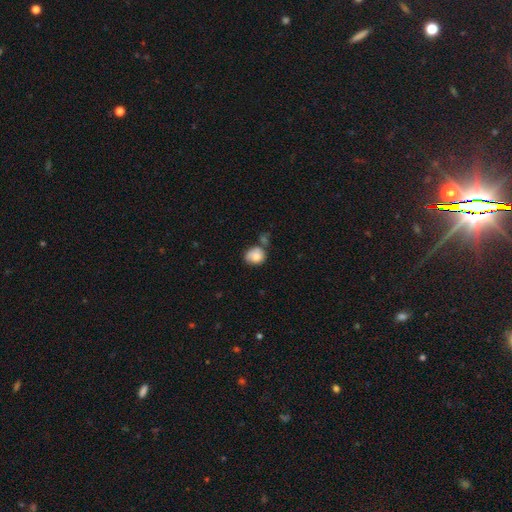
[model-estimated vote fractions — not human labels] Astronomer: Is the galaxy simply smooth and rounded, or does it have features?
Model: smooth — 78%.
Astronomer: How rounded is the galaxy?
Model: round — 58% (runner-up: in between, 41%).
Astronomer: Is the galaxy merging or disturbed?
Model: none — 44% (runner-up: minor disturbance, 25%).